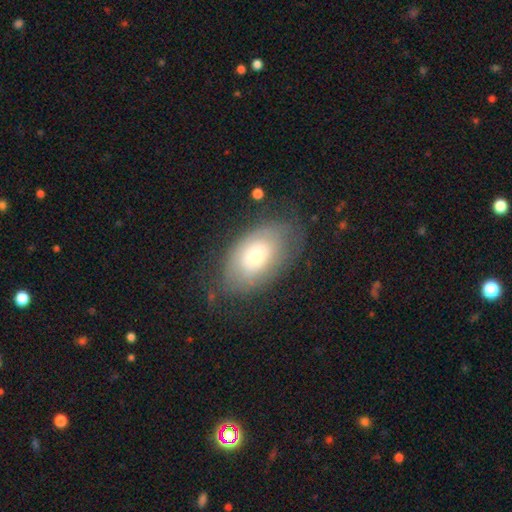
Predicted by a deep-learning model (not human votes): Smooth or featured? smooth (54%)
How rounded? in between (88%)
Merging? none (68%)